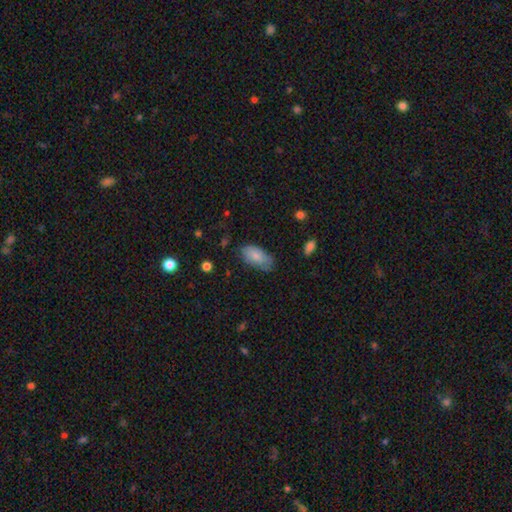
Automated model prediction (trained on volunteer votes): Smooth or featured? smooth (80%)
How rounded? in between (93%)
Merging? none (64%)